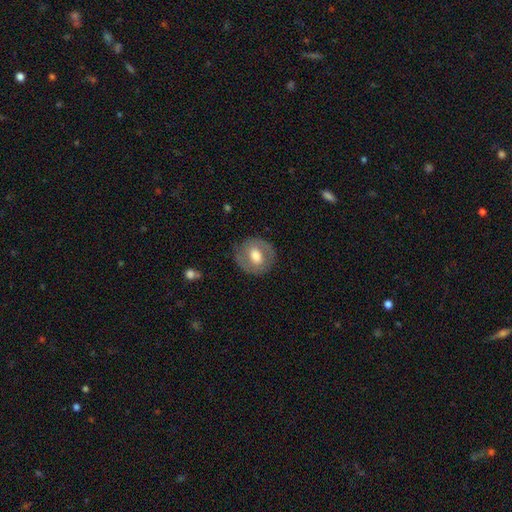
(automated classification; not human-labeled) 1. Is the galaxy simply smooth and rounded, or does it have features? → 54% smooth, 39% featured or disk, 7% star or artifact.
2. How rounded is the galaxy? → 74% round, 25% in between, 1% cigar-shaped.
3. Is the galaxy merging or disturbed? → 80% none, 14% minor disturbance, 5% major disturbance, 1% merger.